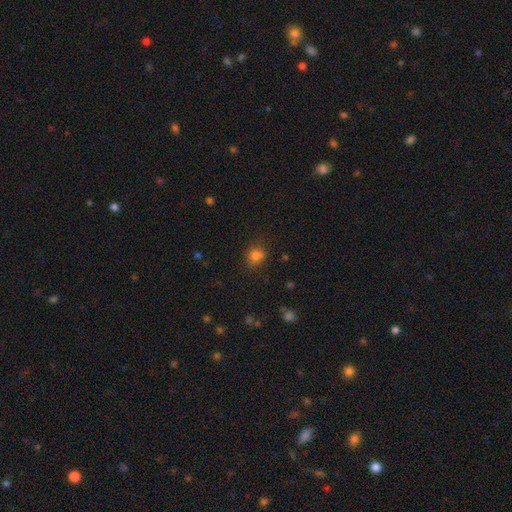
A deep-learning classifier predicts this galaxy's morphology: The model was most divided on "how rounded": round: 74%, in between: 25%, cigar-shaped: 1%. More confident: smooth or featured — smooth (78%); merging — none (76%).